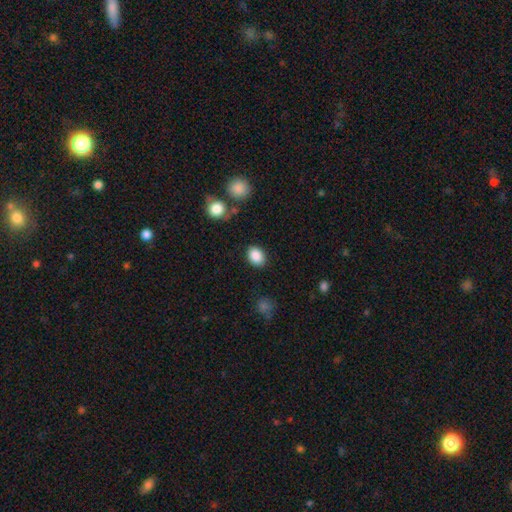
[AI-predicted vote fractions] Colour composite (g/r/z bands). It shows a smooth galaxy with no disk features (88%) that is in between round and cigar-shaped (59%). Merging: none (85%).